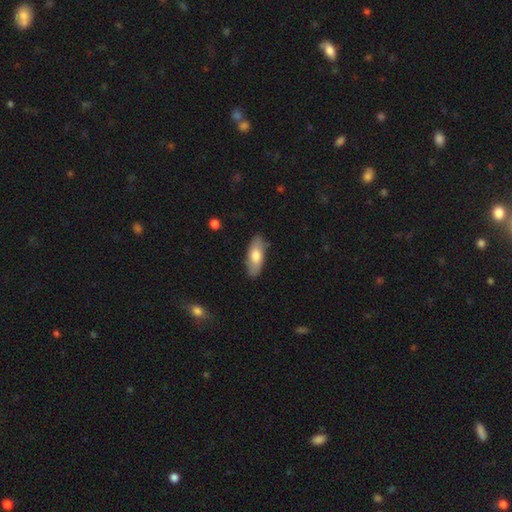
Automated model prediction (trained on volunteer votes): Smooth or featured? Predicted: smooth (p=0.72). How rounded? Predicted: in between (p=0.78). Merging? Predicted: none (p=0.84).